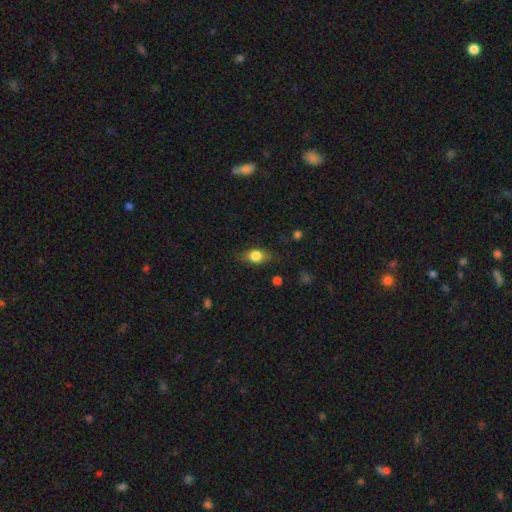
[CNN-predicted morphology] Smooth or featured: smooth — 77% (featured or disk — 15%)
How rounded: in between — 71% (round — 22%)
Merging: none — 77% (minor disturbance — 17%)